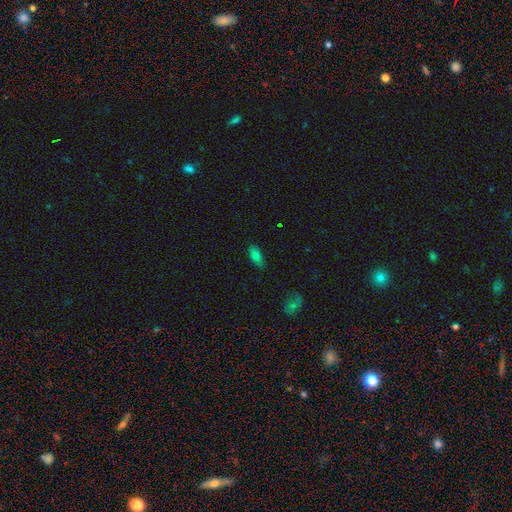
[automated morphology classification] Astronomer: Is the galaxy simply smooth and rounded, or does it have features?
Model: smooth — 72%.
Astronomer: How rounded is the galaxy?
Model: in between — 81%.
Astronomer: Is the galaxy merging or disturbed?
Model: none — 79%.